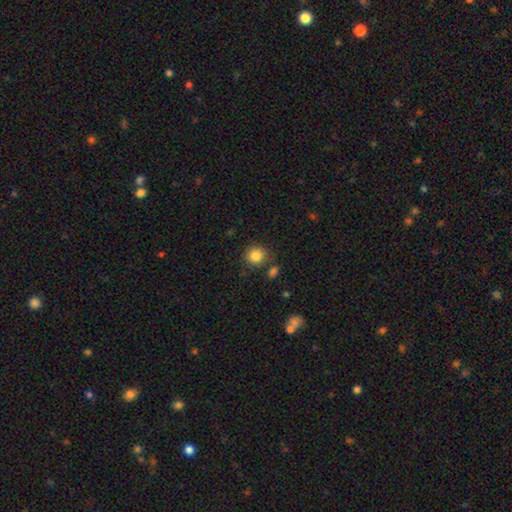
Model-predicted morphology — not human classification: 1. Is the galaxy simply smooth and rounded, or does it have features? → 84% smooth, 10% star or artifact, 5% featured or disk.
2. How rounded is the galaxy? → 88% round, 11% in between, 1% cigar-shaped.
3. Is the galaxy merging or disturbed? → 79% none, 10% minor disturbance, 7% merger, 3% major disturbance.